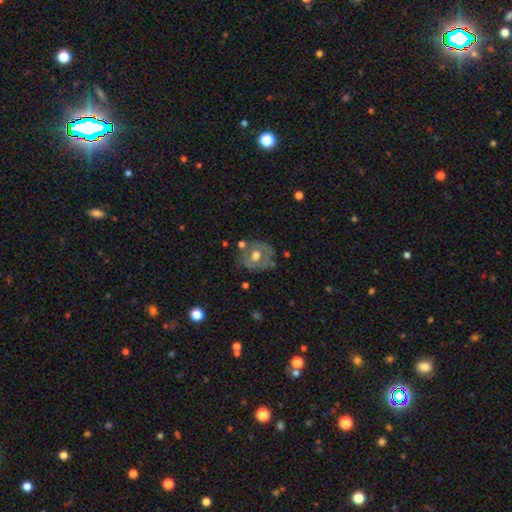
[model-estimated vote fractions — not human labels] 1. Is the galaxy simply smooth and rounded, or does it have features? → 52% featured or disk, 40% smooth, 8% star or artifact.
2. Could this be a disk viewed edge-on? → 95% no, 5% yes.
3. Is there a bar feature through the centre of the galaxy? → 81% no, 15% weak, 4% strong.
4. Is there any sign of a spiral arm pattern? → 71% no, 29% yes.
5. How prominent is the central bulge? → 73% moderate, 18% large, 6% small, 1% none, 1% dominant.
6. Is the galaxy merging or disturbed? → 70% none, 18% minor disturbance, 6% major disturbance, 5% merger.